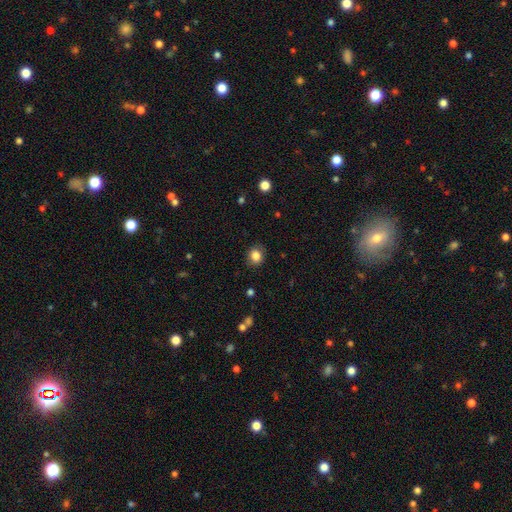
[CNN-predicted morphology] This appears to be a smooth galaxy with no disk features (83%) that is round (66%). Merging: none (84%).